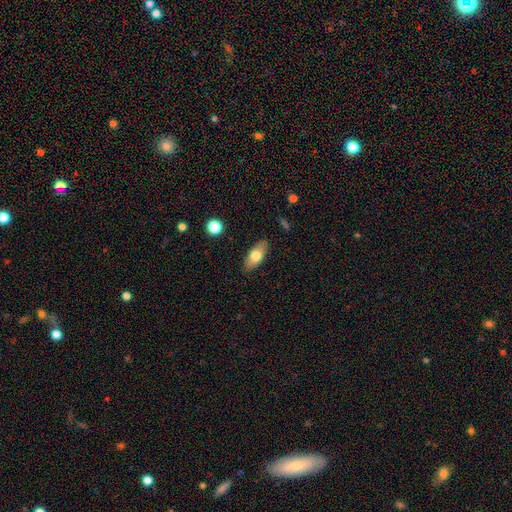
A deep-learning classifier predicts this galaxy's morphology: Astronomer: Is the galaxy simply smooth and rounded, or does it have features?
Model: smooth — 72%.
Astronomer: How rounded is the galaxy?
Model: in between — 86%.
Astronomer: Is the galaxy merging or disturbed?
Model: none — 86%.